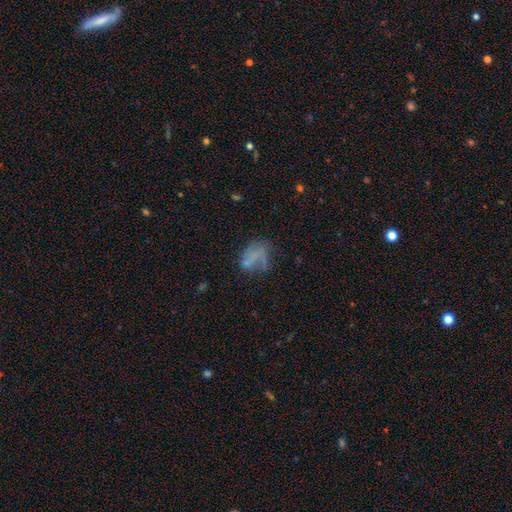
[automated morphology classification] This appears to be a smooth galaxy with no disk features (52%) that is in between round and cigar-shaped (69%). Merging: none (35%).